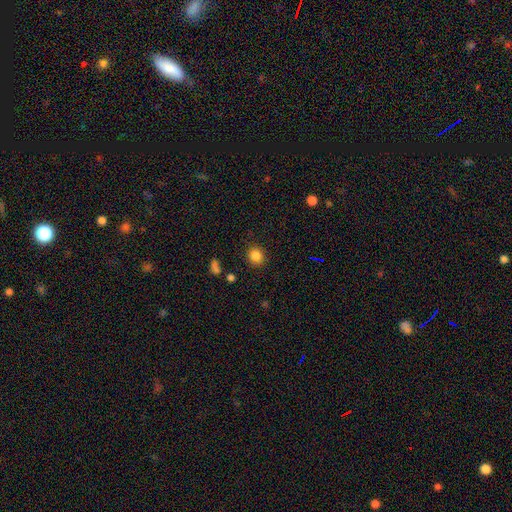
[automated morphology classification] Q: Smooth or featured?
A: smooth (85%); runner-up: star or artifact (11%)
Q: How rounded?
A: round (84%); runner-up: in between (15%)
Q: Merging?
A: none (89%); runner-up: minor disturbance (7%)